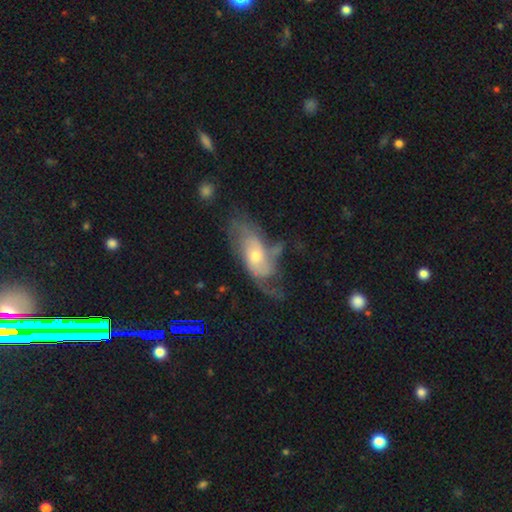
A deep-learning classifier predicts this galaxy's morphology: smooth_or_featured: featured or disk (p=0.67) [alt: smooth p=0.25]
disk_edge_on: no (p=0.90) [alt: yes p=0.10]
bar: no (p=0.73) [alt: weak p=0.22]
has_spiral_arms: yes (p=0.77) [alt: no p=0.23]
bulge_size: small (p=0.52) [alt: moderate p=0.42]
merging: none (p=0.40) [alt: major disturbance p=0.30]